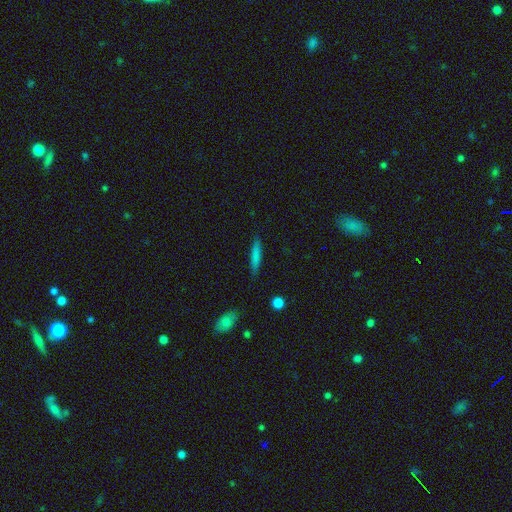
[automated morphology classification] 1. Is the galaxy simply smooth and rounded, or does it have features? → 77% smooth, 16% featured or disk, 7% star or artifact.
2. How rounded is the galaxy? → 89% cigar-shaped, 9% in between, 2% round.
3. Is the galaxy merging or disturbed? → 87% none, 9% minor disturbance, 2% major disturbance, 1% merger.